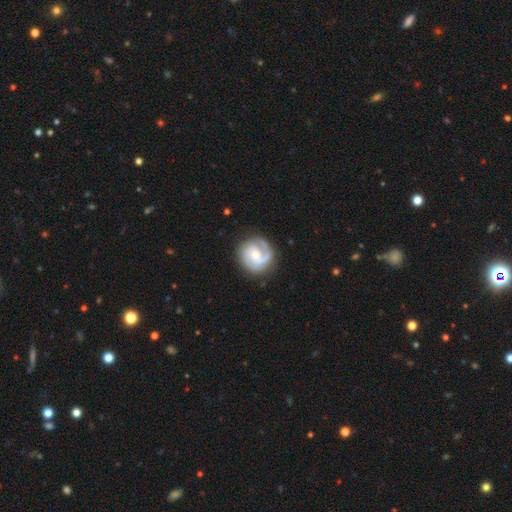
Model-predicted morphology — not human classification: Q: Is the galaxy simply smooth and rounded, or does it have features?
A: featured or disk — 83%.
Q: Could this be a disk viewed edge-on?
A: no — 98%.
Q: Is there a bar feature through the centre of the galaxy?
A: no — 66%.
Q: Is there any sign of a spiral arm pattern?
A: yes — 96%.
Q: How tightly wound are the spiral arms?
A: tight — 53%.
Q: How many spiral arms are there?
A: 2 — 51%.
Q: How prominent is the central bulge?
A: moderate — 52%.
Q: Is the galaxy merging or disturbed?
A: none — 78%.